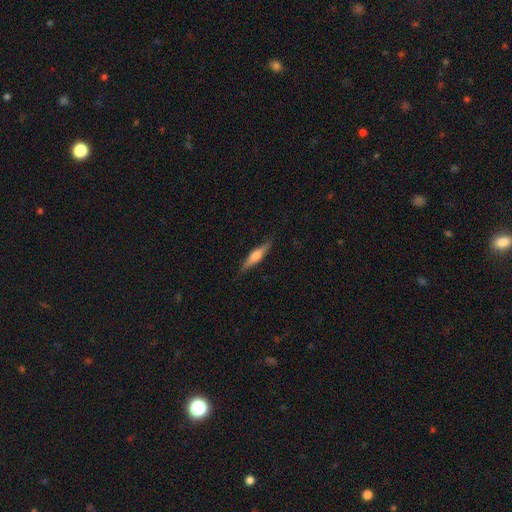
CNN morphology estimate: Overall: featured or disk (56%; smooth 38%). Edge-on disk: yes (96%). Edge-on bulge: rounded (88%). Merging: none (87%).